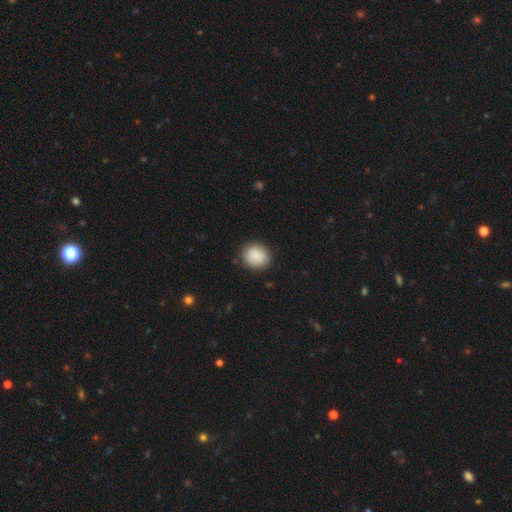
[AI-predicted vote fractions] This appears to be a smooth galaxy with no disk features (88%) that is round (75%). Merging: none (85%).